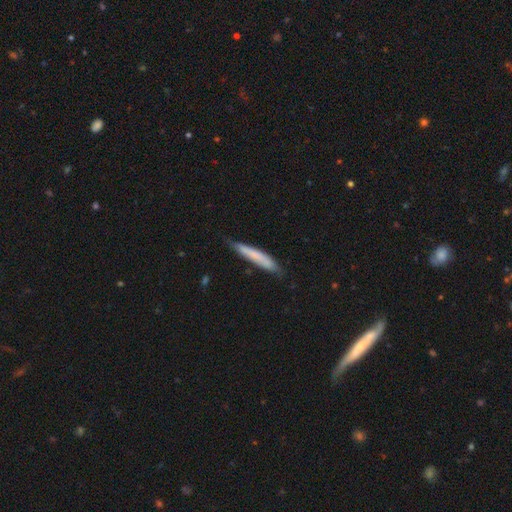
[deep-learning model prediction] Smooth or featured?
  - smooth: 70% *
  - featured or disk: 24%
  - star or artifact: 6%
How rounded?
  - cigar-shaped: 93% *
  - in between: 6%
  - round: 1%
Merging?
  - none: 73% *
  - minor disturbance: 22%
  - major disturbance: 3%
  - merger: 2%